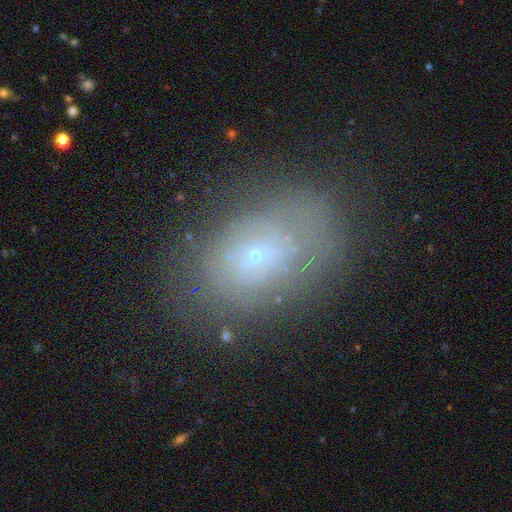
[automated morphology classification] featured or disk 46%, smooth 40%, star or artifact 14%. Down the decision tree: merging — none (69%).